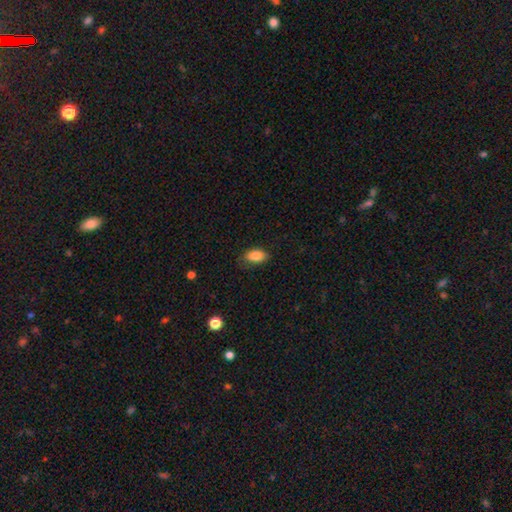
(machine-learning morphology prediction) A smooth galaxy with no disk features (85%) that is in between round and cigar-shaped (90%). Merging: none (79%).